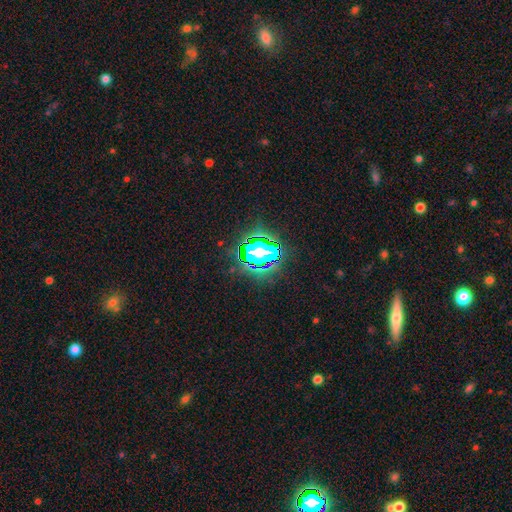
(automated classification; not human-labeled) Overall: star or artifact (65%).